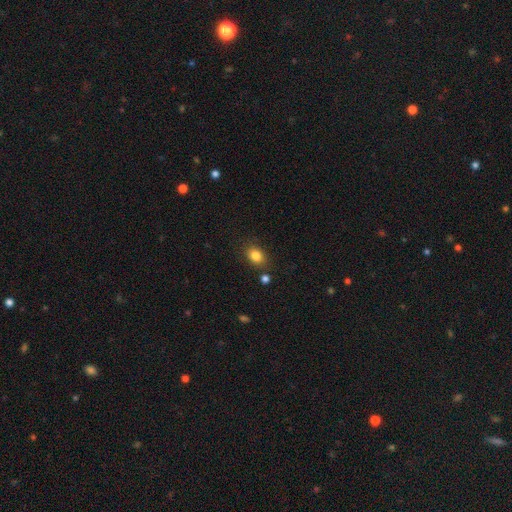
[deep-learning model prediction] smooth 83%, star or artifact 11%, featured or disk 6%. Down the decision tree: how rounded — in between (61%); merging — none (80%).